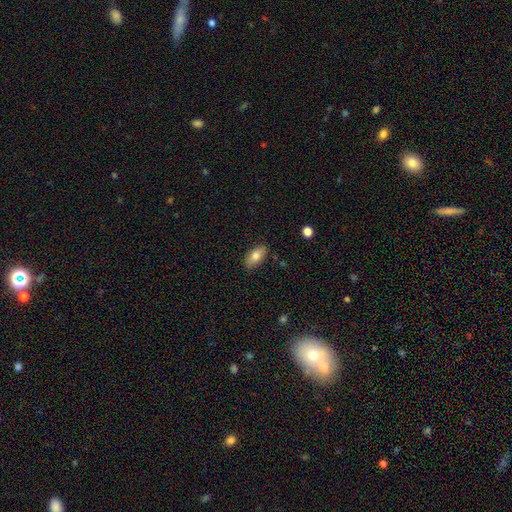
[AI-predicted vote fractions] Smooth or featured?
  - smooth: 80% *
  - featured or disk: 13%
  - star or artifact: 7%
How rounded?
  - in between: 91% *
  - cigar-shaped: 6%
  - round: 4%
Merging?
  - none: 85% *
  - minor disturbance: 12%
  - major disturbance: 2%
  - merger: 1%